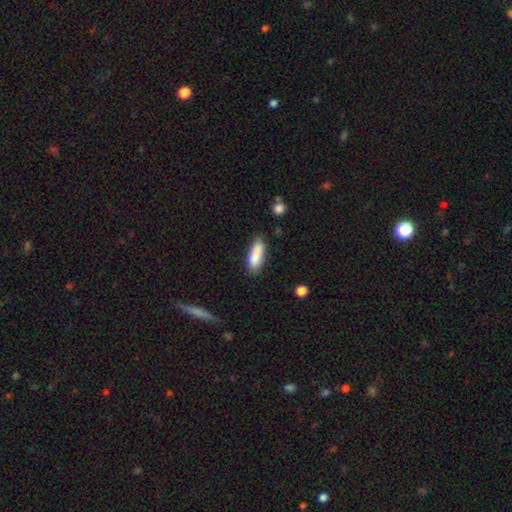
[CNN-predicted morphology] The model was most divided on "how rounded": in between: 58%, cigar-shaped: 41%, round: 2%. More confident: smooth or featured — smooth (86%); merging — none (74%).